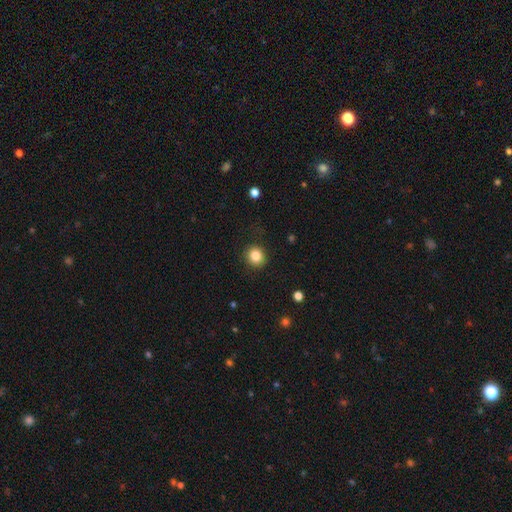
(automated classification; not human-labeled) Morphology: type=smooth (84%); roundness=round (87%); merging=none (89%).